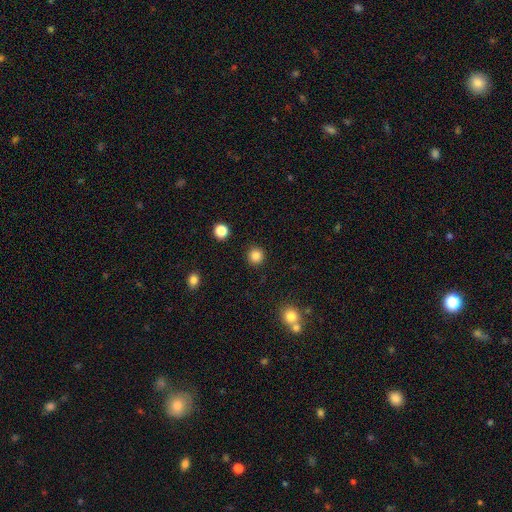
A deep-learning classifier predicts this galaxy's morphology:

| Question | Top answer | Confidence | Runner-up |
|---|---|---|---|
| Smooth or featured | smooth | 85% | star or artifact (12%) |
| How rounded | round | 94% | in between (5%) |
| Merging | none | 92% | minor disturbance (5%) |